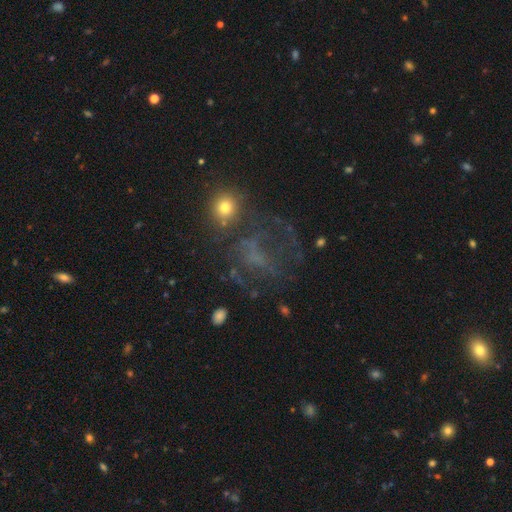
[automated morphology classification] The model was most divided on "merging": none: 42%, major disturbance: 33%, minor disturbance: 16%, merger: 8%. More confident: edge-on disk — no (96%); smooth or featured — featured or disk (52%).